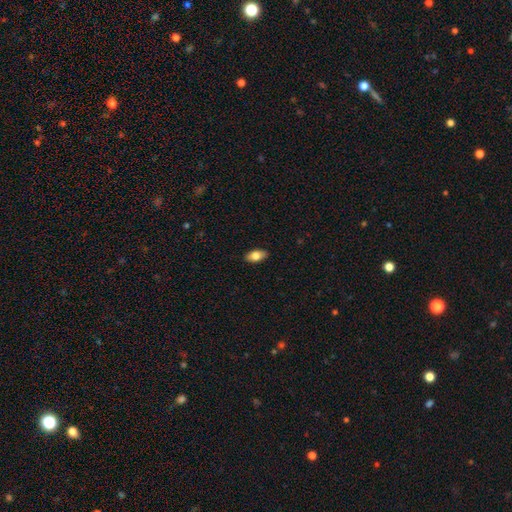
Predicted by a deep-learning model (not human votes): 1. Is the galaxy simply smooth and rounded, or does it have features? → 81% smooth, 12% featured or disk, 7% star or artifact.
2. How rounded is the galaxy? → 92% in between, 4% round, 4% cigar-shaped.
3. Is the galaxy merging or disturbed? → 89% none, 8% minor disturbance, 2% major disturbance, 1% merger.